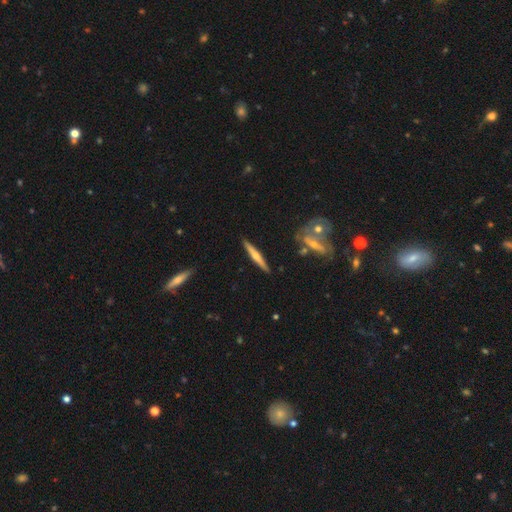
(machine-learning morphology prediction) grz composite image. It shows a featured or disk galaxy (62%) viewed edge-on (97%) with a rounded central bulge (84%). Merging: none (90%).